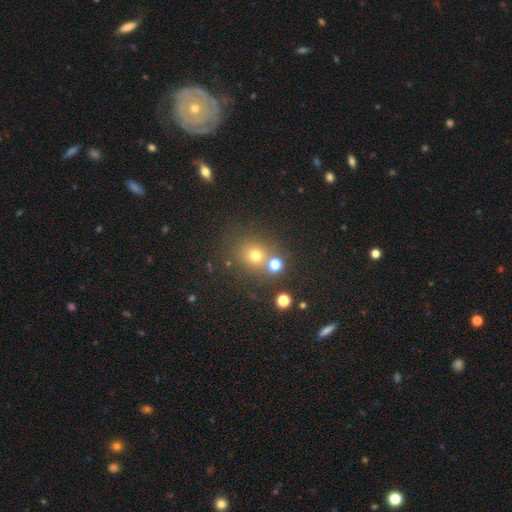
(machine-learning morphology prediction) A smooth galaxy with no disk features (67%) that is round (82%). Merging: none (70%).